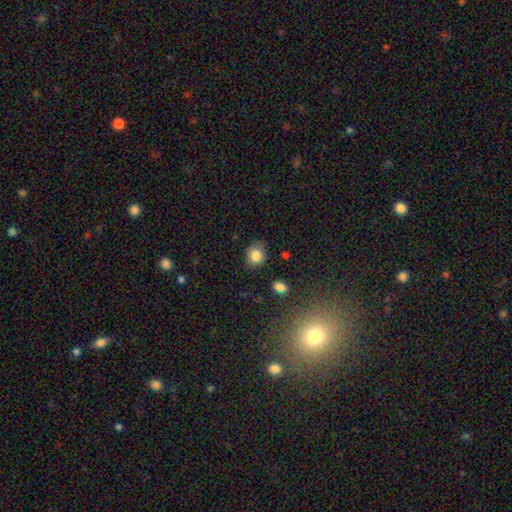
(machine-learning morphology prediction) Smooth or featured?
  - smooth: 84% *
  - star or artifact: 10%
  - featured or disk: 6%
How rounded?
  - round: 69% *
  - in between: 30%
  - cigar-shaped: 1%
Merging?
  - none: 79% *
  - minor disturbance: 16%
  - major disturbance: 3%
  - merger: 2%